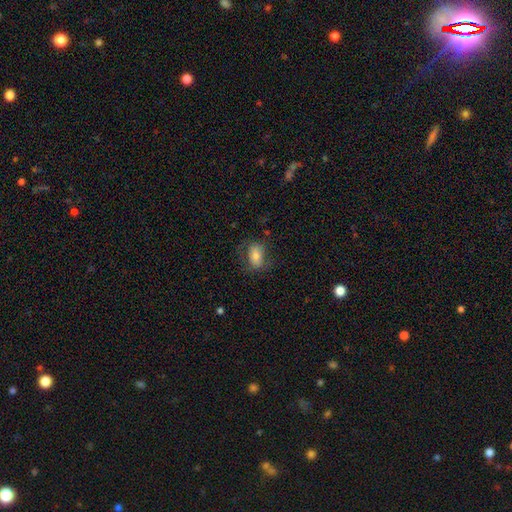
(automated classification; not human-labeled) A smooth galaxy with no disk features (68%) that is in between round and cigar-shaped (84%). Merging: none (67%).